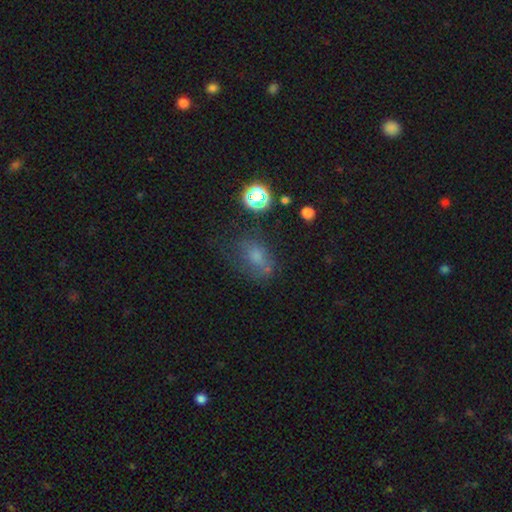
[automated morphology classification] Overall: smooth (63%). How rounded: in between (72%). Merging: none (48%; minor disturbance 26%).